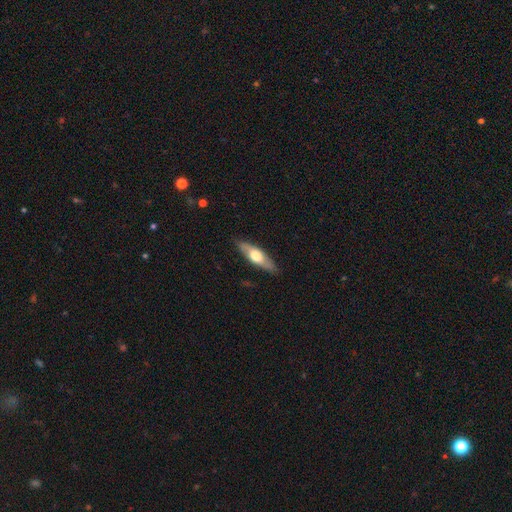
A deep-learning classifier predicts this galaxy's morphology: This appears to be a featured or disk galaxy (48%). Merging: none (86%).